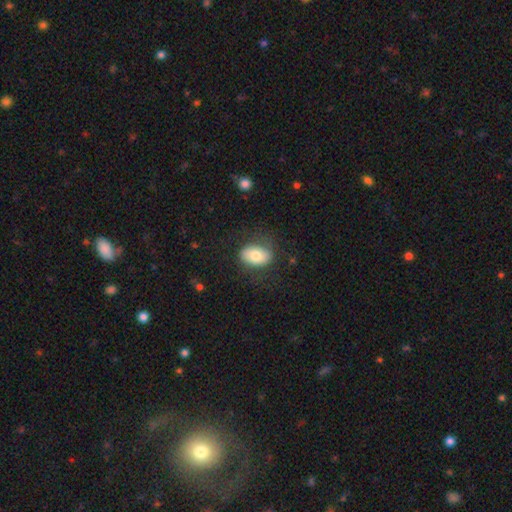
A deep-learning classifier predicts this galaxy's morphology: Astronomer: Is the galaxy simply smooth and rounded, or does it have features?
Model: smooth — 74%.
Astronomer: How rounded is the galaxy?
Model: in between — 84%.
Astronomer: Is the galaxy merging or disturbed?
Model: none — 72%.